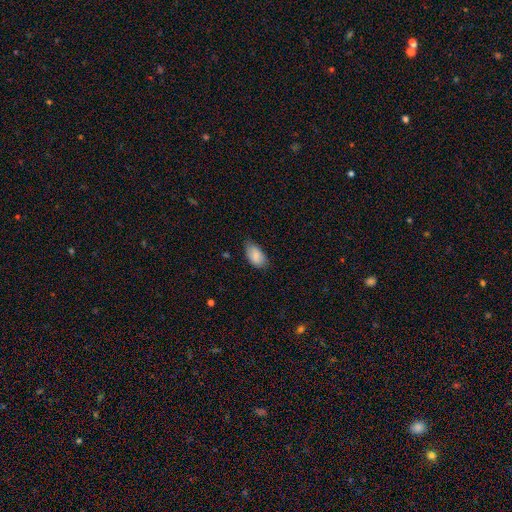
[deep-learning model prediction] smooth 85%, featured or disk 9%, star or artifact 6%. Down the decision tree: how rounded — in between (94%); merging — none (62%).